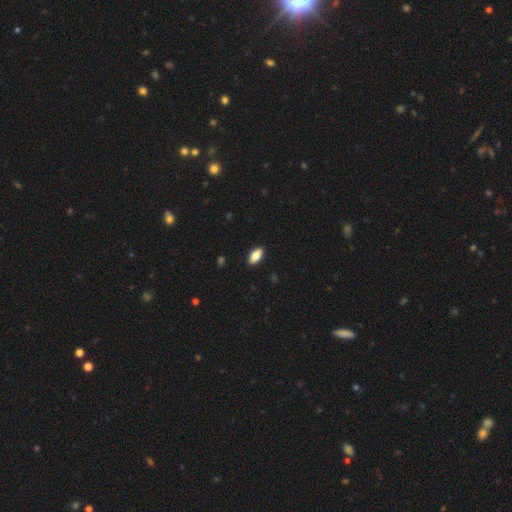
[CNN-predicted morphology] type=smooth (81%); roundness=in between (90%); merging=none (90%).